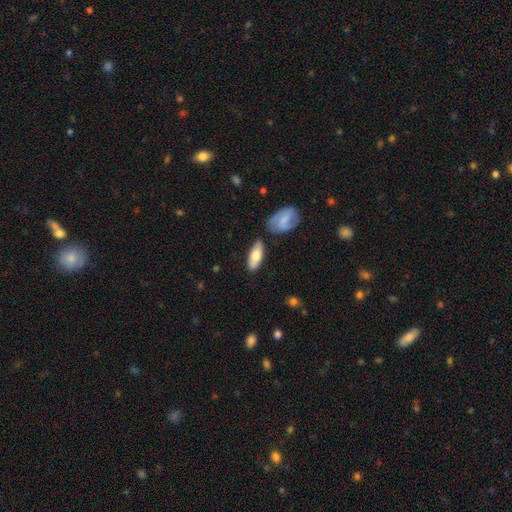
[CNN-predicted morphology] Smooth or featured: smooth — 70% (featured or disk — 25%)
How rounded: in between — 73% (cigar-shaped — 25%)
Merging: none — 78% (minor disturbance — 13%)